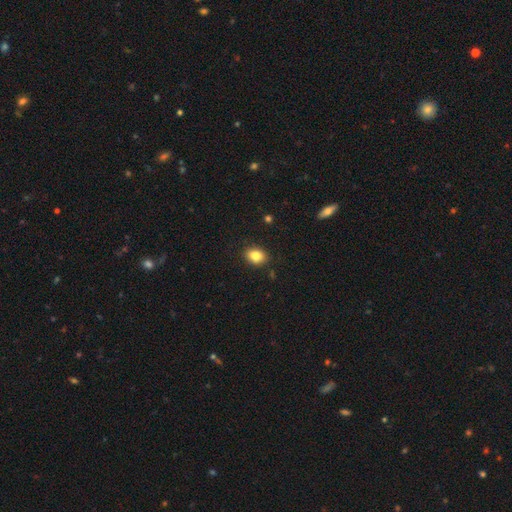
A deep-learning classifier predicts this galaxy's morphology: This is clearly a smooth galaxy (83%). How rounded: likely in between (60%). Merging: clearly none (88%).